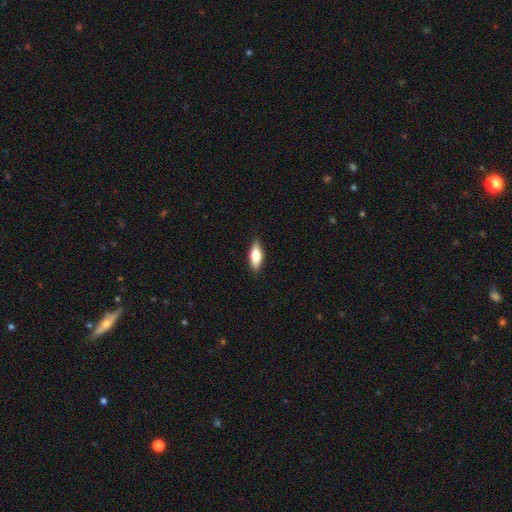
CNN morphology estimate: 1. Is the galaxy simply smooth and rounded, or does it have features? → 61% smooth, 32% featured or disk, 6% star or artifact.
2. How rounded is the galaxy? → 66% in between, 30% cigar-shaped, 3% round.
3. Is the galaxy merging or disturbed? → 88% none, 9% minor disturbance, 2% major disturbance, 1% merger.